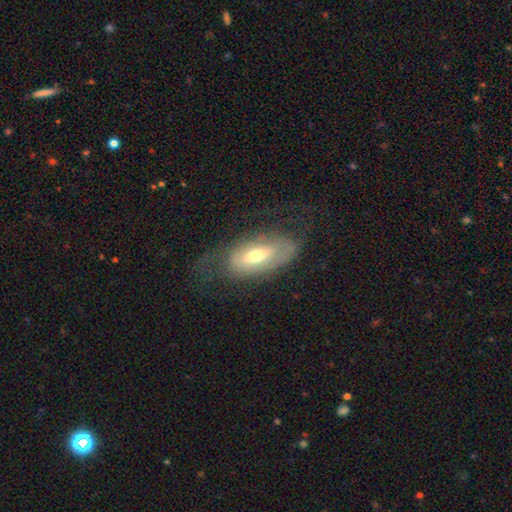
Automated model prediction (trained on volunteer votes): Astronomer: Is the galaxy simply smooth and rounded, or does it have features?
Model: featured or disk — 56% (runner-up: smooth, 38%).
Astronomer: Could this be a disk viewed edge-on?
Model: no — 83%.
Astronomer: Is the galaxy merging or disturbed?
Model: none — 54%.